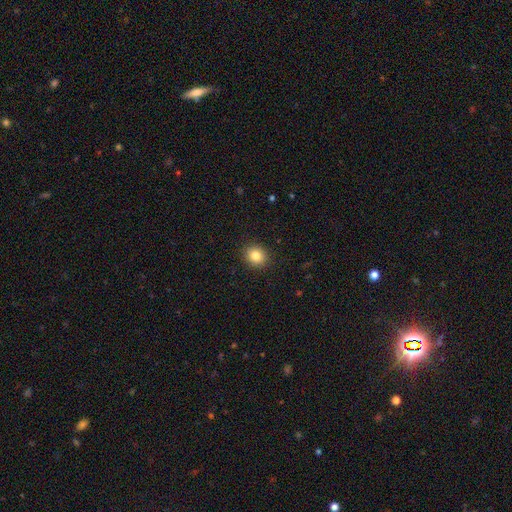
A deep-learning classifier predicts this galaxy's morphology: smooth 83%, star or artifact 10%, featured or disk 6%. Down the decision tree: how rounded — round (77%); merging — none (91%).